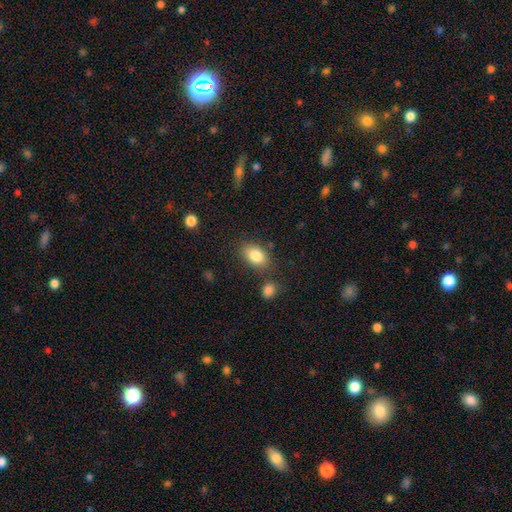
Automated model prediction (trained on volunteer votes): smooth_or_featured: smooth (p=0.84) [alt: featured or disk p=0.09]
how_rounded: in between (p=0.88) [alt: round p=0.10]
merging: none (p=0.76) [alt: minor disturbance p=0.14]